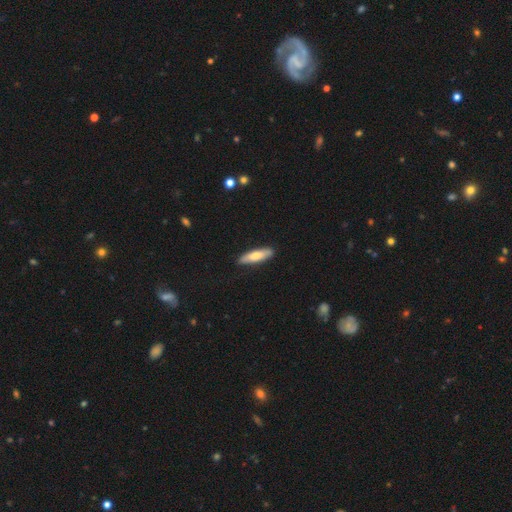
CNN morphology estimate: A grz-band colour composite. It shows a smooth galaxy with no disk features (68%) that is cigar-shaped (67%). Merging: none (86%).